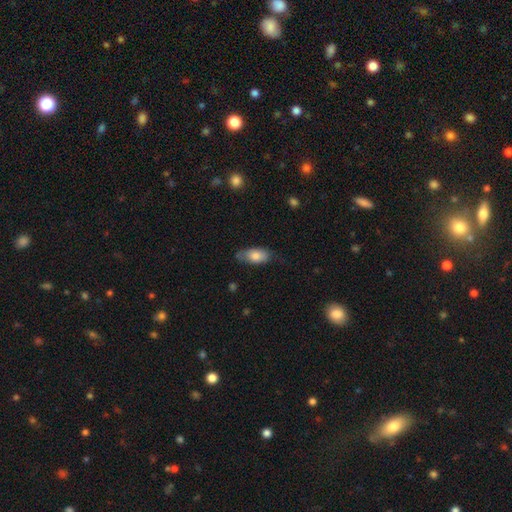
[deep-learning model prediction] This is likely a smooth galaxy (76%). How rounded: clearly in between (90%). Merging: likely none (63%).